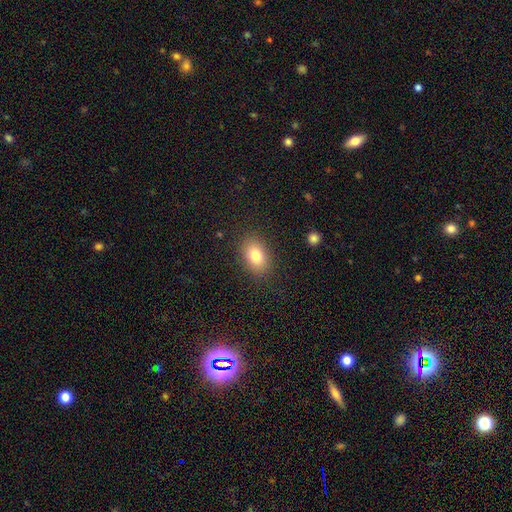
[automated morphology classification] A smooth galaxy with no disk features (80%) that is in between round and cigar-shaped (81%). Merging: none (86%).